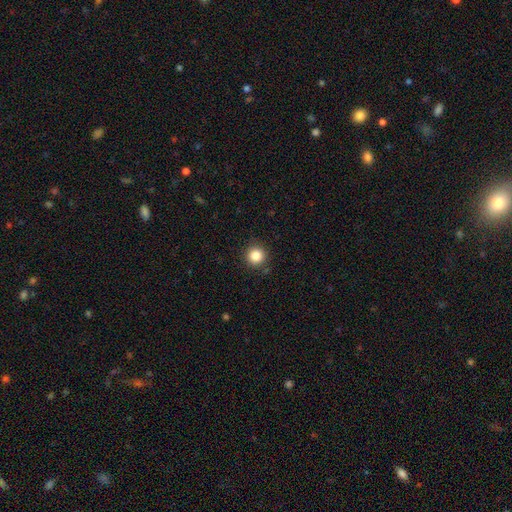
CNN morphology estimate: smooth-or-featured: smooth: 85% | star or artifact: 11% | featured or disk: 4%
  how-rounded: round: 95% | in between: 4% | cigar-shaped: 1%
  merging: none: 90% | minor disturbance: 6% | major disturbance: 2% | merger: 1%